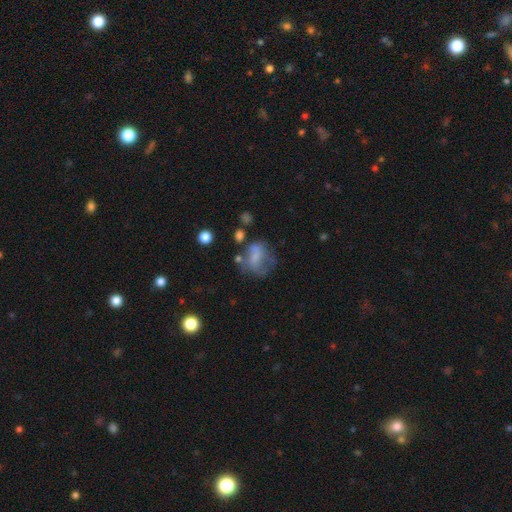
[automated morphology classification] This appears to be a smooth galaxy with no disk features (53%) that is in between round and cigar-shaped (51%). Merging: none (37%).